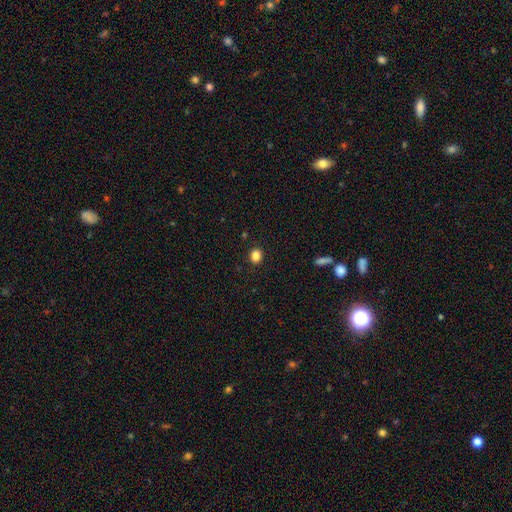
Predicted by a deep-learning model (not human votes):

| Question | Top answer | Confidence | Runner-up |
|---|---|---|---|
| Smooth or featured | smooth | 85% | star or artifact (11%) |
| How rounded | round | 62% | in between (37%) |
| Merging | none | 90% | minor disturbance (6%) |